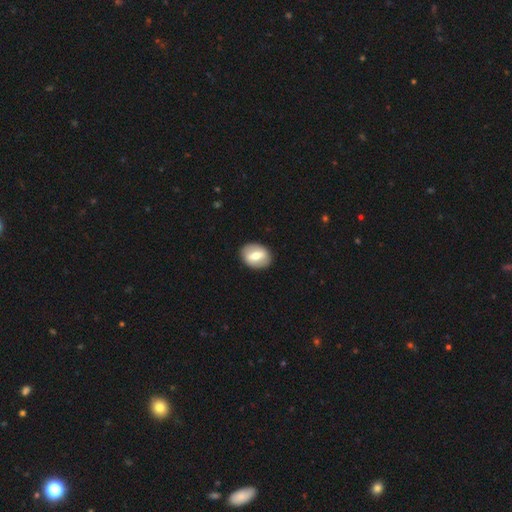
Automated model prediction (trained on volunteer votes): smooth-or-featured: smooth: 49% | featured or disk: 44% | star or artifact: 6%
  merging: none: 89% | minor disturbance: 7% | major disturbance: 2% | merger: 1%